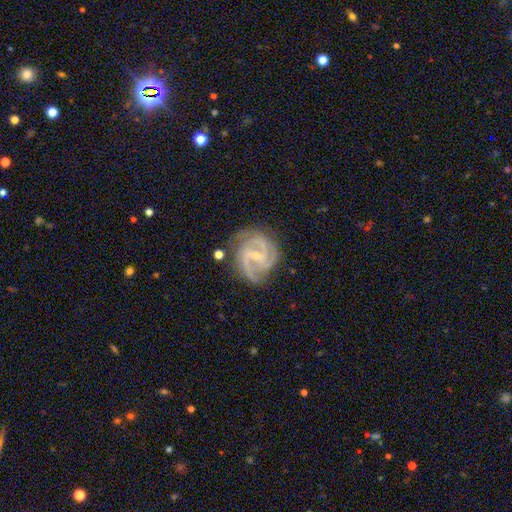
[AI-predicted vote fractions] This is clearly a featured or disk galaxy (91%). It is clearly not viewed edge-on (98%). Bar: possibly weak (51%). Spiral arm pattern: clearly yes (98%). Spiral arm count: marginally 2 (45%). Spiral winding: possibly medium (51%). Central bulge: likely small (72%). Merging: likely none (71%).